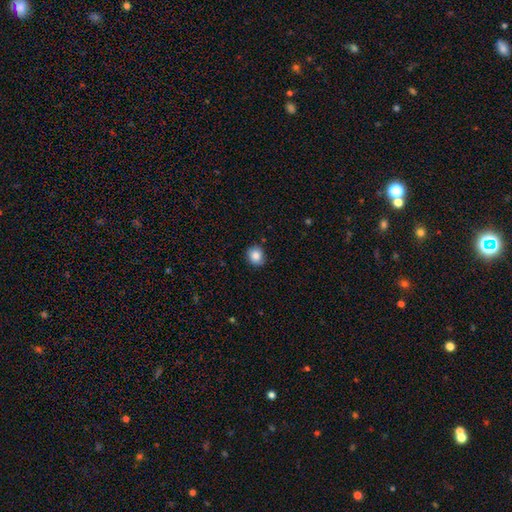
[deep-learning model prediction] smooth 85%, star or artifact 9%, featured or disk 6%. Down the decision tree: how rounded — round (77%); merging — none (83%).